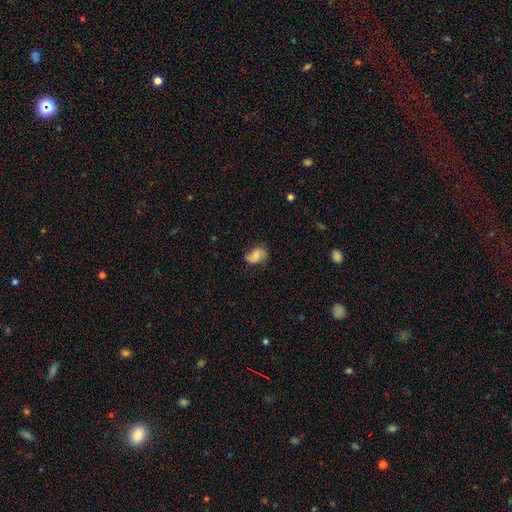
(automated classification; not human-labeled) The model was most divided on "smooth or featured": smooth: 46%, featured or disk: 45%, star or artifact: 9%. More confident: merging — none (61%).